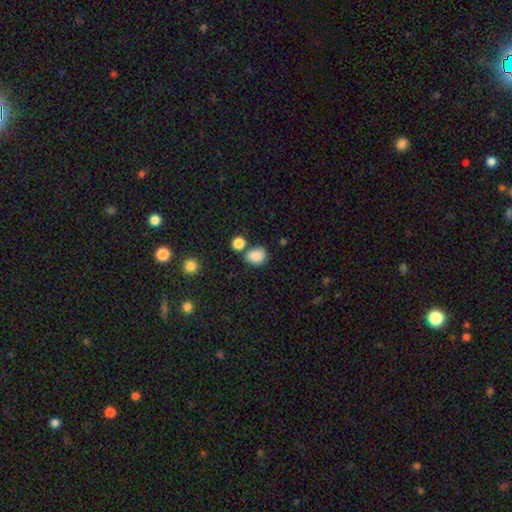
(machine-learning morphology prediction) A smooth galaxy with no disk features (86%) that is round (51%). Merging: none (64%).